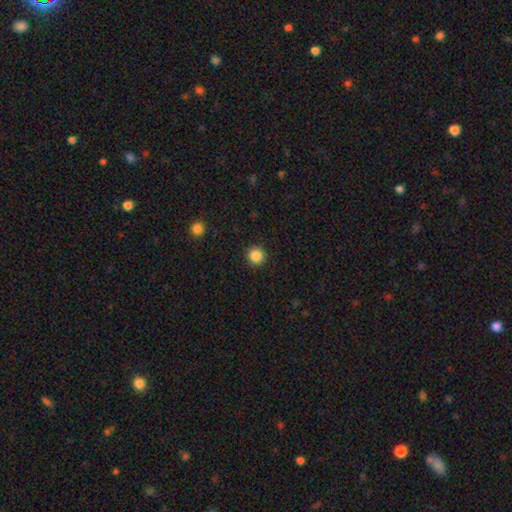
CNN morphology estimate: smooth_or_featured: smooth (p=0.86) [alt: star or artifact p=0.10]
how_rounded: round (p=0.95) [alt: in between p=0.05]
merging: none (p=0.92) [alt: minor disturbance p=0.05]